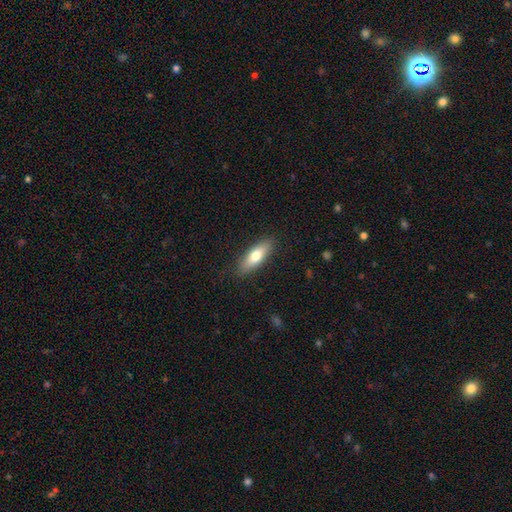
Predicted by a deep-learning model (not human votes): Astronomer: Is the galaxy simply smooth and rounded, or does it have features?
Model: smooth — 72%.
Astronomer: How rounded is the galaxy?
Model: in between — 57% (runner-up: cigar-shaped, 41%).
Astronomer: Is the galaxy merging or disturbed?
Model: none — 86%.